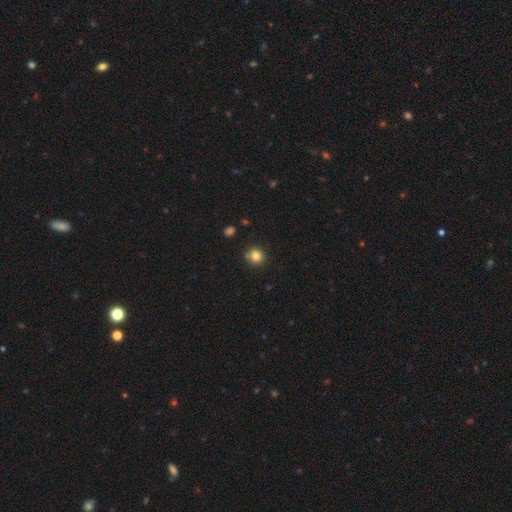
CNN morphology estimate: smooth 82%, star or artifact 12%, featured or disk 6%. Down the decision tree: how rounded — round (90%); merging — none (81%).